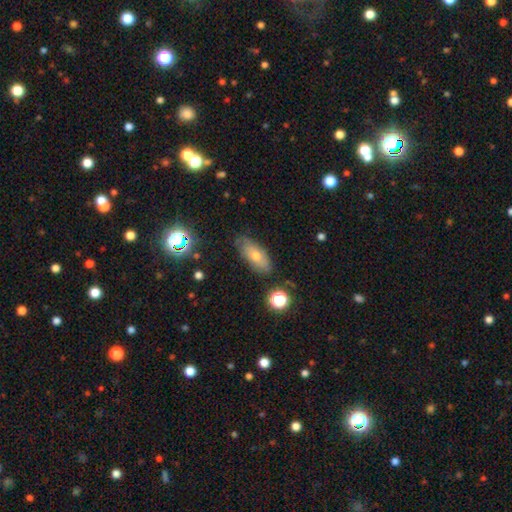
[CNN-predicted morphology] Smooth or featured?
  - smooth: 64% *
  - featured or disk: 26%
  - star or artifact: 10%
How rounded?
  - in between: 82% *
  - cigar-shaped: 14%
  - round: 4%
Merging?
  - none: 77% *
  - minor disturbance: 16%
  - major disturbance: 4%
  - merger: 2%